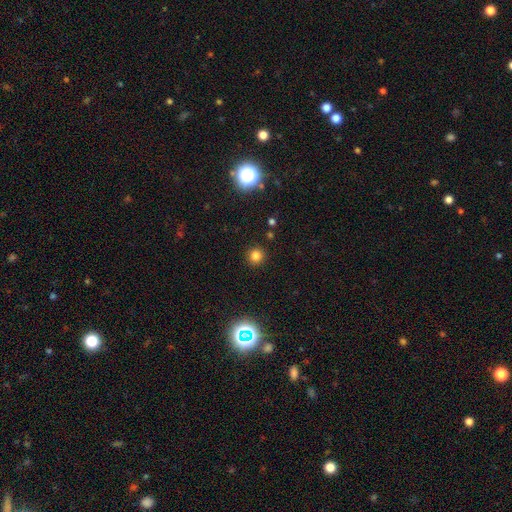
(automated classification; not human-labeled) A smooth galaxy with no disk features (78%) that is round (93%). Merging: none (91%).